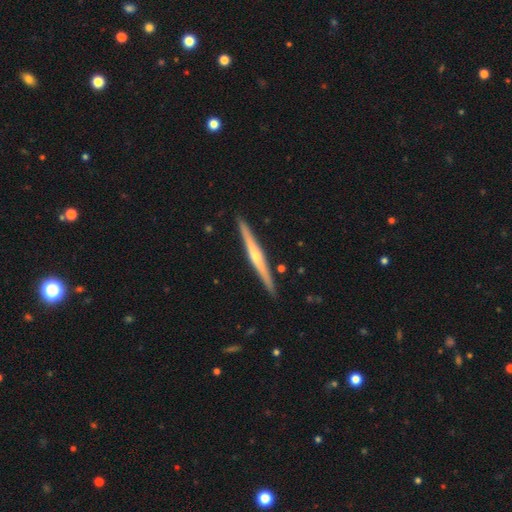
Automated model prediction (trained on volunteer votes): The model was most divided on "smooth or featured": featured or disk: 76%, smooth: 19%, star or artifact: 5%. More confident: edge-on disk — yes (98%); merging — none (92%); edge-on bulge — rounded (81%).